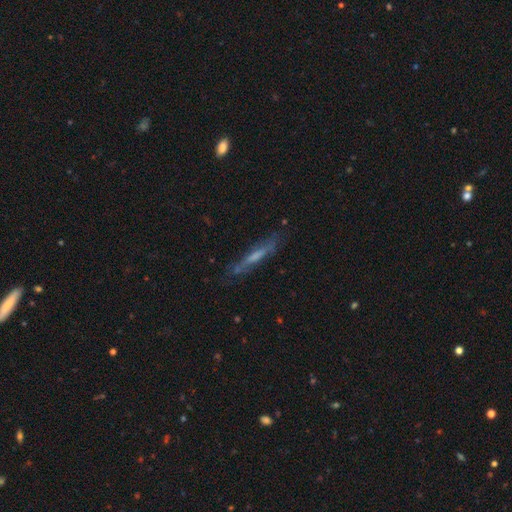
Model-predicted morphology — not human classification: This is possibly a featured or disk galaxy (55%). It is clearly viewed edge-on (80%). Merging: likely none (73%).